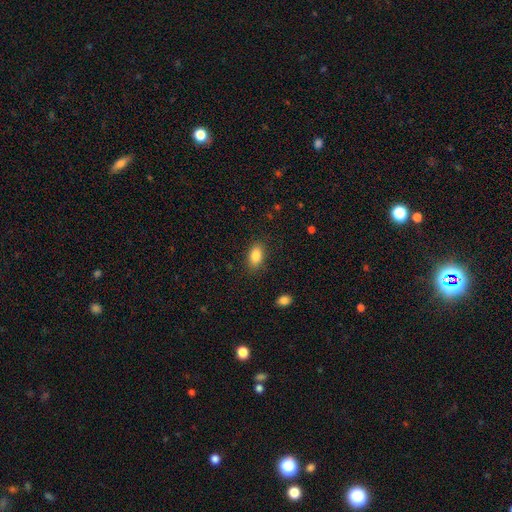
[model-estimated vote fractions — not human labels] The model was most divided on "merging": none: 86%, minor disturbance: 10%, major disturbance: 3%, merger: 1%. More confident: how rounded — in between (90%); smooth or featured — smooth (85%).